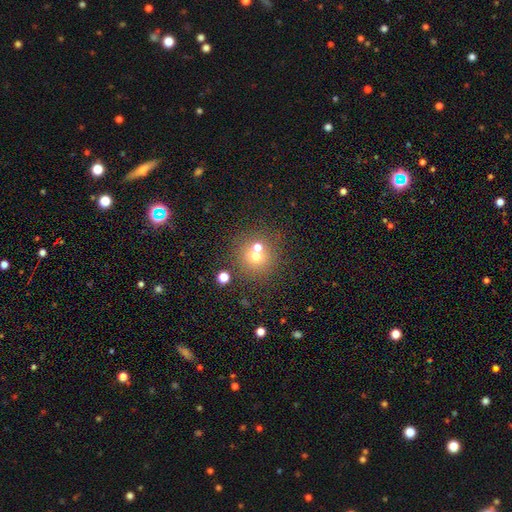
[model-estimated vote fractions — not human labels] A smooth galaxy with no disk features (66%) that is round (91%).

Vote fractions:
- Smooth or featured? smooth: 66% / star or artifact: 17% / featured or disk: 17%
- How rounded? round: 91% / in between: 8% / cigar-shaped: 1%
- Merging? none: 61% / merger: 28% / minor disturbance: 7% / major disturbance: 3%